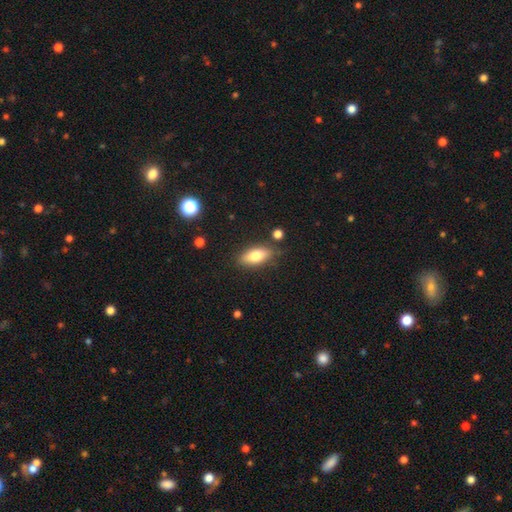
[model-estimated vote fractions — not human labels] Smooth or featured? smooth (75%)
How rounded? in between (82%)
Merging? none (81%)